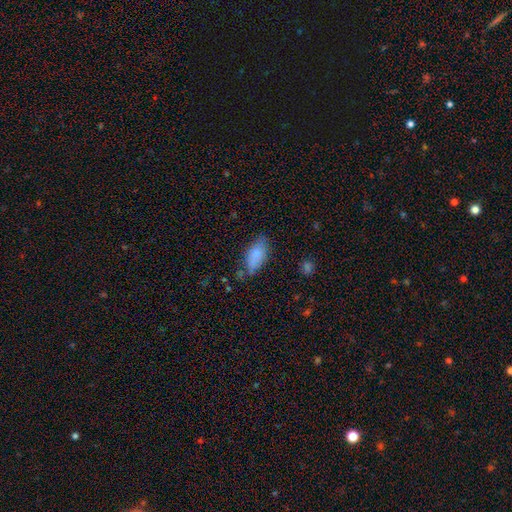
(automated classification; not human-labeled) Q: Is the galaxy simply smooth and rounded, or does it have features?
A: smooth — 83%.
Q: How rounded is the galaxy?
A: in between — 89%.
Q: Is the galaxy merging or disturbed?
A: none — 62%.